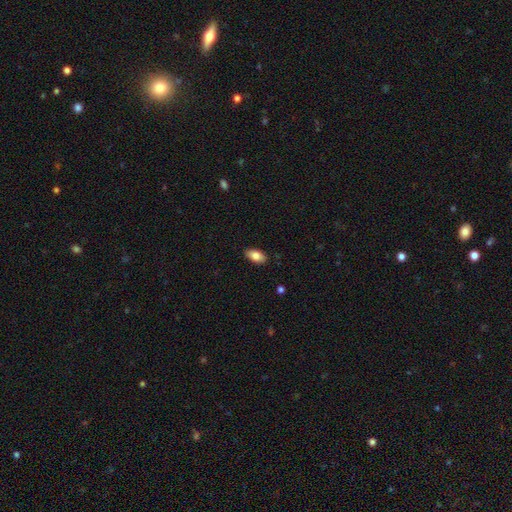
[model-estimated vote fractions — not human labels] Morphology: type=smooth (82%); roundness=in between (92%); merging=none (88%).